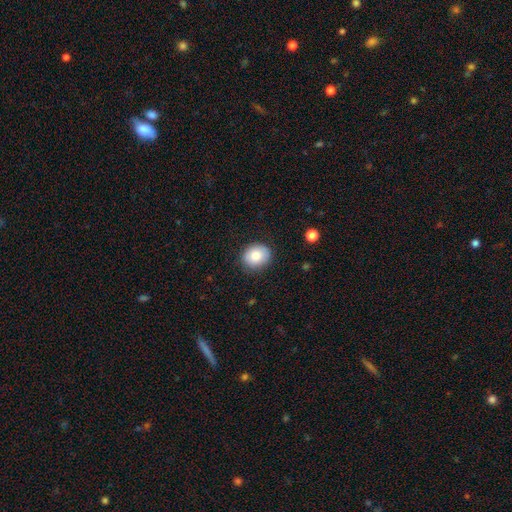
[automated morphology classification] This appears to be a smooth galaxy with no disk features (83%) that is round (60%). Merging: none (86%).